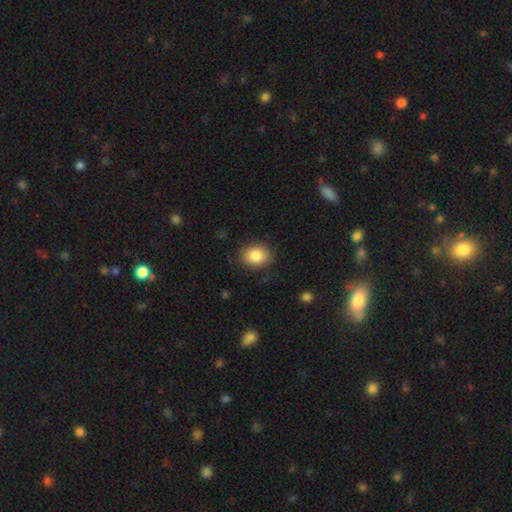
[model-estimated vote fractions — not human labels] A smooth galaxy with no disk features (86%) that is in between round and cigar-shaped (52%).

Vote fractions:
- Smooth or featured? smooth: 86% / star or artifact: 8% / featured or disk: 6%
- How rounded? in between: 52% / round: 47% / cigar-shaped: 1%
- Merging? none: 85% / minor disturbance: 11% / major disturbance: 3% / merger: 1%